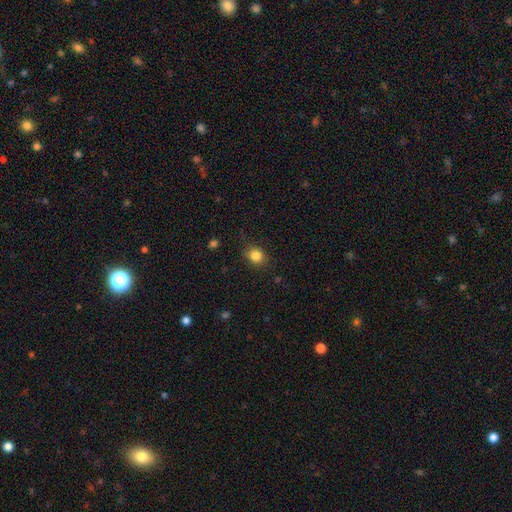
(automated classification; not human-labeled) smooth 84%, star or artifact 11%, featured or disk 5%. Down the decision tree: how rounded — round (63%); merging — none (82%).